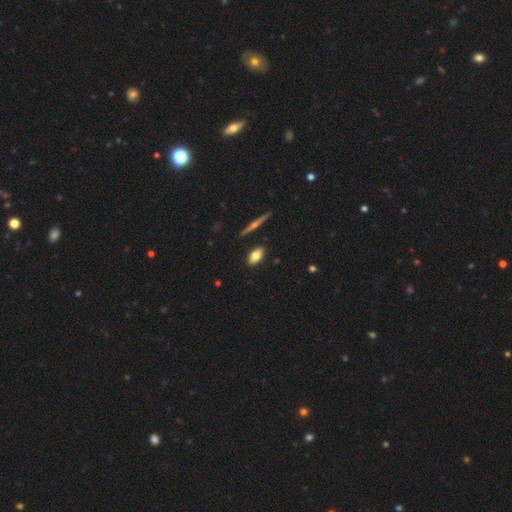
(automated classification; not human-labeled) Smooth or featured? smooth (74%)
How rounded? in between (87%)
Merging? none (86%)